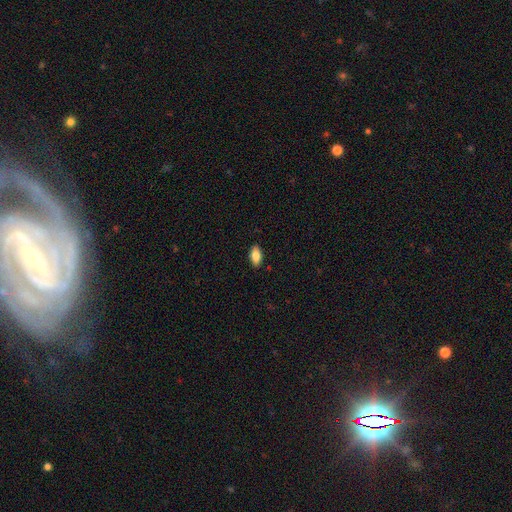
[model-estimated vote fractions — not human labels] Morphology: type=smooth (85%); roundness=in between (90%); merging=none (88%).